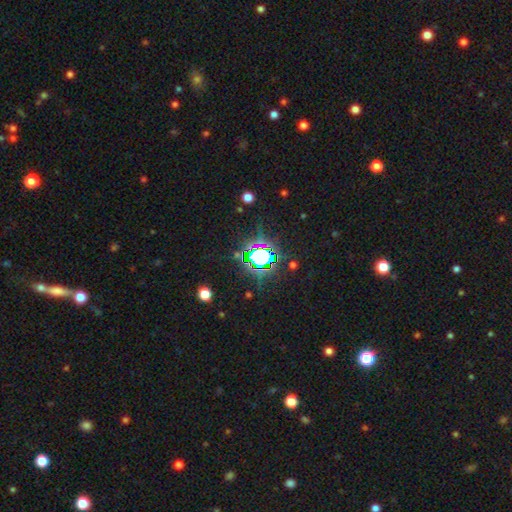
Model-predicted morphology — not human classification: Smooth or featured? star or artifact (72%)